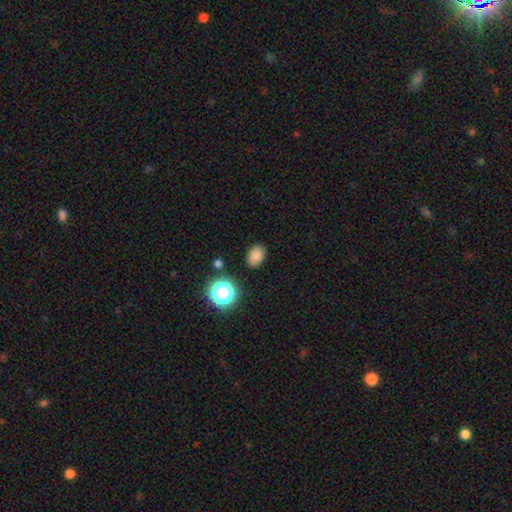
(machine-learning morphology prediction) Overall: smooth (82%). How rounded: in between (74%). Merging: none (85%).